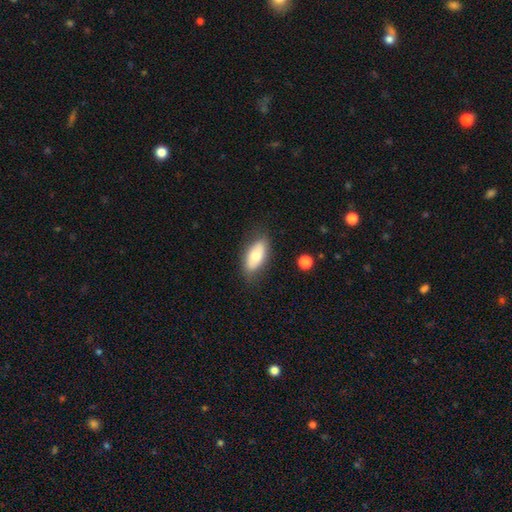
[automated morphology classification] The model was most divided on "smooth or featured": smooth: 70%, featured or disk: 24%, star or artifact: 7%. More confident: how rounded — in between (86%); merging — none (81%).